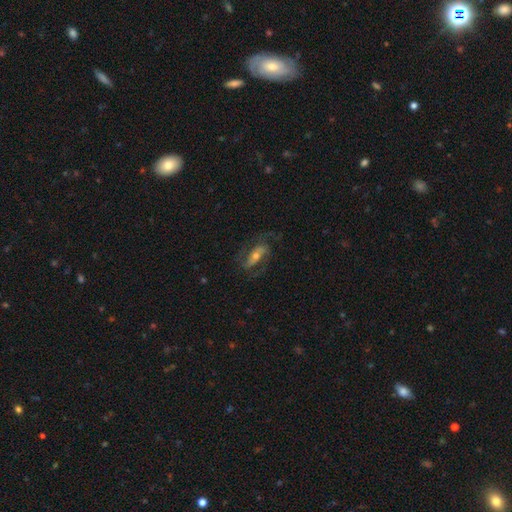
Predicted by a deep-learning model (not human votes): smooth_or_featured: featured or disk (p=0.77) [alt: smooth p=0.13]
disk_edge_on: no (p=0.91) [alt: yes p=0.09]
bar: strong (p=0.38) [alt: weak p=0.35]
has_spiral_arms: yes (p=0.92) [alt: no p=0.08]
spiral_winding: medium (p=0.49) [alt: loose p=0.27]
spiral_arm_count: 2 (p=0.82) [alt: can't tell p=0.08]
bulge_size: moderate (p=0.49) [alt: small p=0.42]
merging: none (p=0.72) [alt: minor disturbance p=0.15]